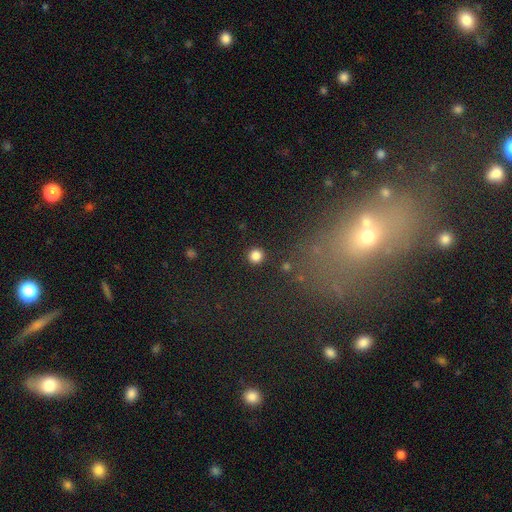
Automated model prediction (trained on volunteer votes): Smooth or featured? smooth (83%)
How rounded? round (95%)
Merging? none (92%)